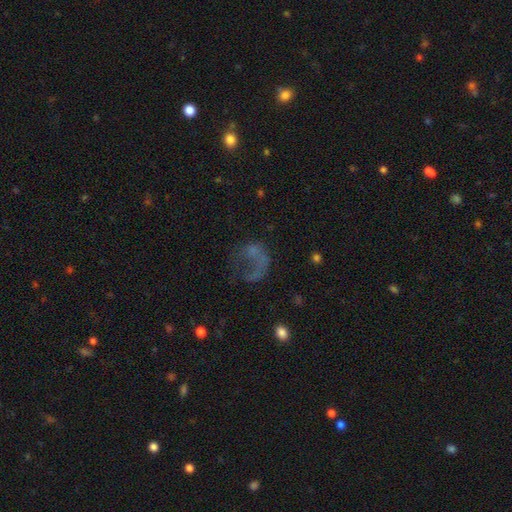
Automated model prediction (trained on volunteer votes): Smooth or featured? Predicted: featured or disk (p=0.44). Merging? Predicted: major disturbance (p=0.52).